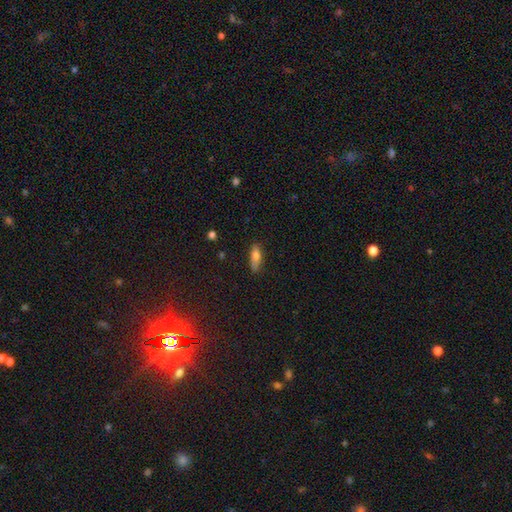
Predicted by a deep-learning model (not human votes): The model was most divided on "how rounded": in between: 56%, cigar-shaped: 42%, round: 3%. More confident: smooth or featured — smooth (76%); merging — none (72%).